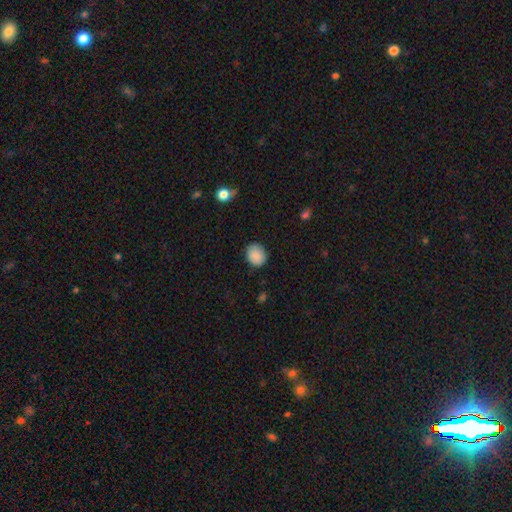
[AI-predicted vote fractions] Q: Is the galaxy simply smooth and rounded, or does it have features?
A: smooth — 88%.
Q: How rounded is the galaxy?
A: round — 70%.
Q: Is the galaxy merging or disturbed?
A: none — 84%.